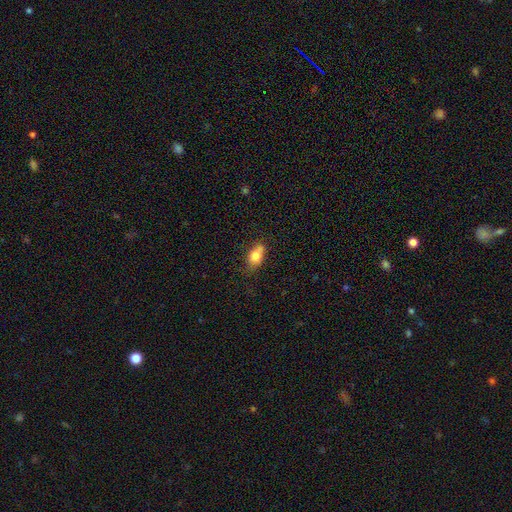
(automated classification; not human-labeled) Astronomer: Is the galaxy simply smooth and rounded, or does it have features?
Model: smooth — 79%.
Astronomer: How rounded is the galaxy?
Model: in between — 78%.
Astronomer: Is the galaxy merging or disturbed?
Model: none — 54%.